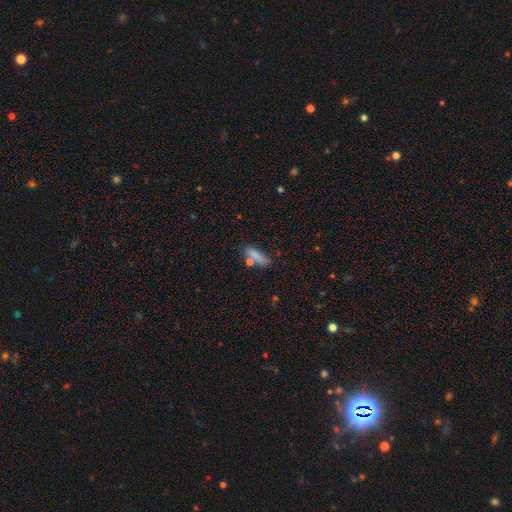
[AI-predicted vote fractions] A smooth galaxy with no disk features (80%) that is cigar-shaped (62%). Merging: none (65%).